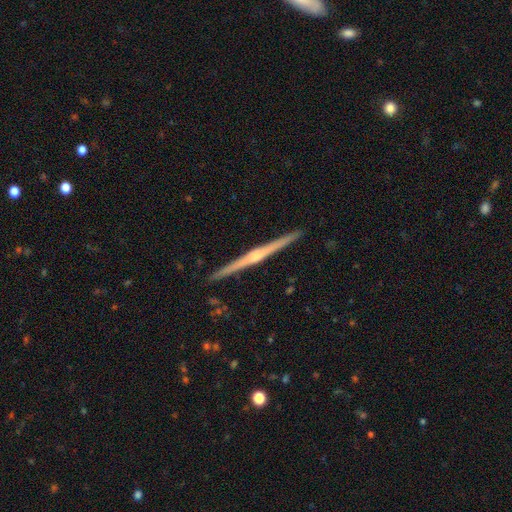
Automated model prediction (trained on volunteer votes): Smooth or featured?
  - featured or disk: 84% *
  - smooth: 11%
  - star or artifact: 5%
Edge-on disk?
  - yes: 99% *
  - no: 1%
Edge-on bulge?
  - rounded: 74% *
  - none: 16%
  - boxy: 10%
Merging?
  - none: 93% *
  - minor disturbance: 5%
  - major disturbance: 1%
  - merger: 1%